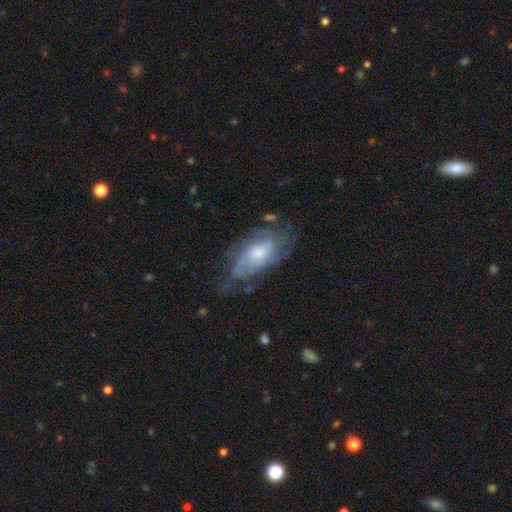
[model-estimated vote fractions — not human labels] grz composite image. It shows a featured or disk galaxy (61%) with no bar (73%), spiral arms (75%) and a moderate central bulge (50%). Merging: none (61%).